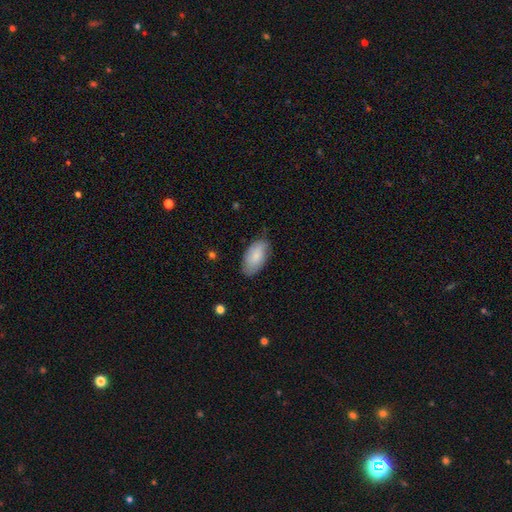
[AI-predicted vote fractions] smooth_or_featured: smooth (p=0.80) [alt: featured or disk p=0.14]
how_rounded: in between (p=0.94) [alt: round p=0.03]
merging: none (p=0.74) [alt: minor disturbance p=0.21]